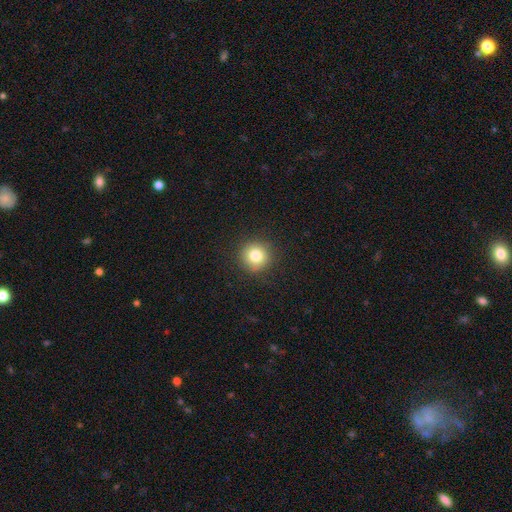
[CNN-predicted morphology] smooth-or-featured: smooth: 81% | star or artifact: 11% | featured or disk: 8%
  how-rounded: round: 94% | in between: 5% | cigar-shaped: 1%
  merging: none: 89% | minor disturbance: 7% | major disturbance: 2% | merger: 1%